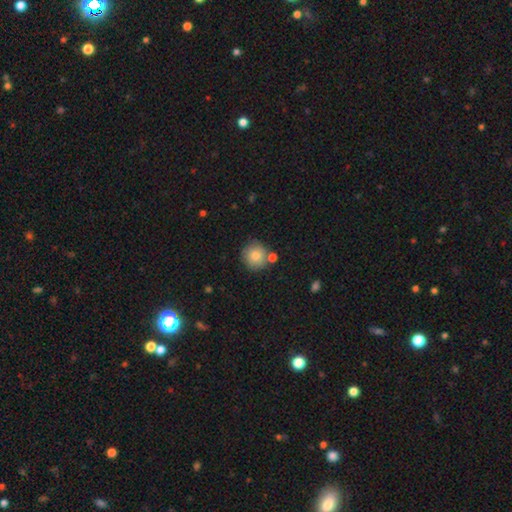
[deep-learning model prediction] Smooth or featured?
  - smooth: 82% *
  - featured or disk: 10%
  - star or artifact: 8%
How rounded?
  - round: 93% *
  - in between: 6%
  - cigar-shaped: 1%
Merging?
  - none: 74% *
  - merger: 12%
  - minor disturbance: 11%
  - major disturbance: 3%